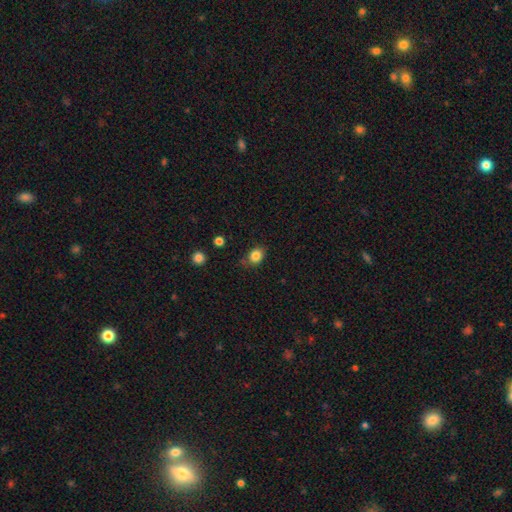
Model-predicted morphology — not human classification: This is clearly a smooth galaxy (84%). How rounded: possibly in between (52%). Merging: likely none (75%).